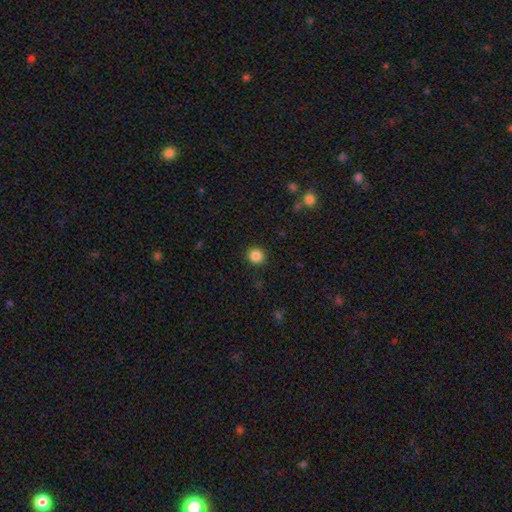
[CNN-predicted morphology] This is clearly a smooth galaxy (86%). How rounded: clearly round (91%). Merging: clearly none (92%).